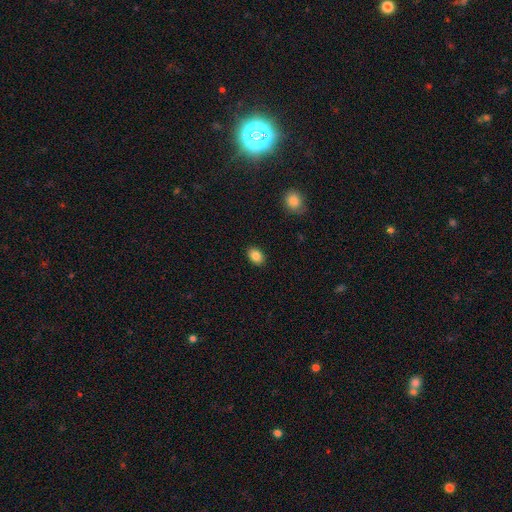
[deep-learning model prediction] The model was most divided on "how rounded": in between: 77%, round: 22%, cigar-shaped: 1%. More confident: merging — none (90%); smooth or featured — smooth (85%).